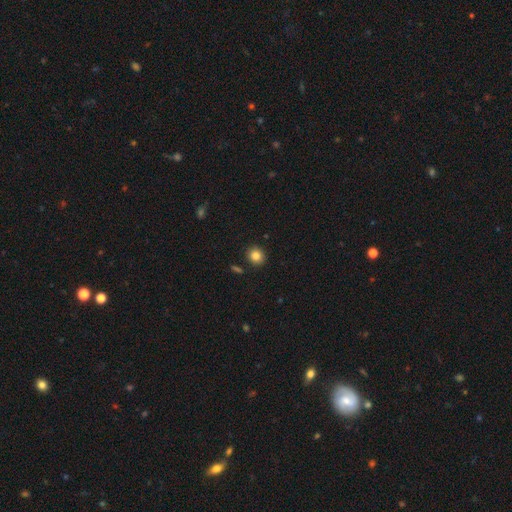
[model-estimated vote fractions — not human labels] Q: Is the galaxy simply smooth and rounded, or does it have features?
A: smooth — 84%.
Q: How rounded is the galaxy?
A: round — 83%.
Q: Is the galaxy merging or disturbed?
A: none — 88%.